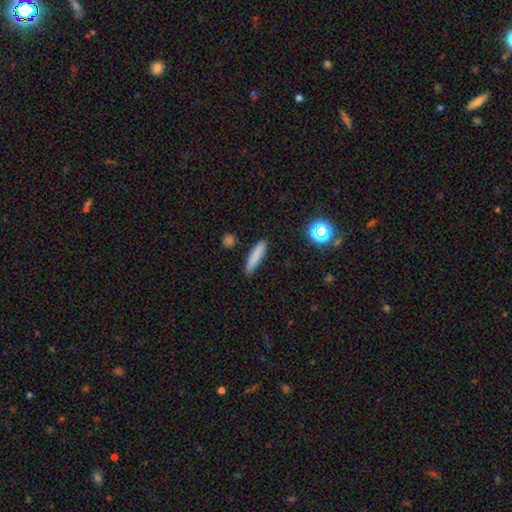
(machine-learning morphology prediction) Smooth or featured?
  - smooth: 81% *
  - featured or disk: 10%
  - star or artifact: 9%
How rounded?
  - cigar-shaped: 85% *
  - in between: 13%
  - round: 2%
Merging?
  - none: 87% *
  - minor disturbance: 9%
  - major disturbance: 2%
  - merger: 2%